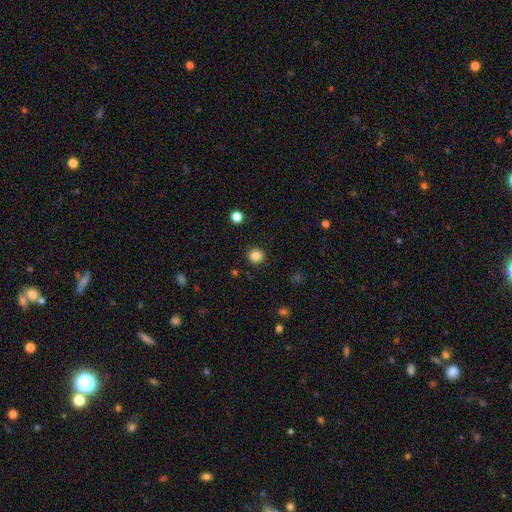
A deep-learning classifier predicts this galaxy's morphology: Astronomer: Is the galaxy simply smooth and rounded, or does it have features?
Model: smooth — 84%.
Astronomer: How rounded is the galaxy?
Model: round — 94%.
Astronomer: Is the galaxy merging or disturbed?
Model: none — 92%.